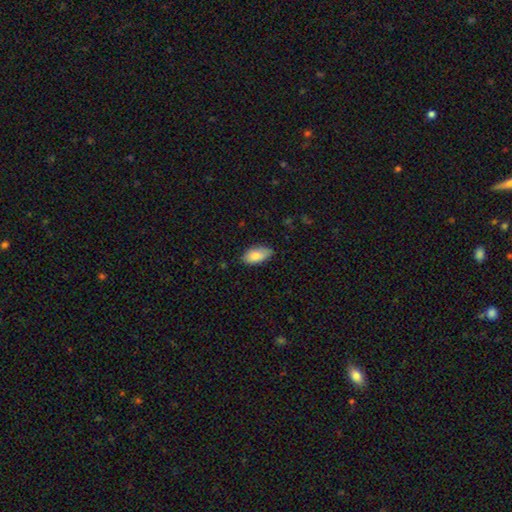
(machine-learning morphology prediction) A smooth galaxy with no disk features (84%) that is in between round and cigar-shaped (92%). Merging: none (75%).